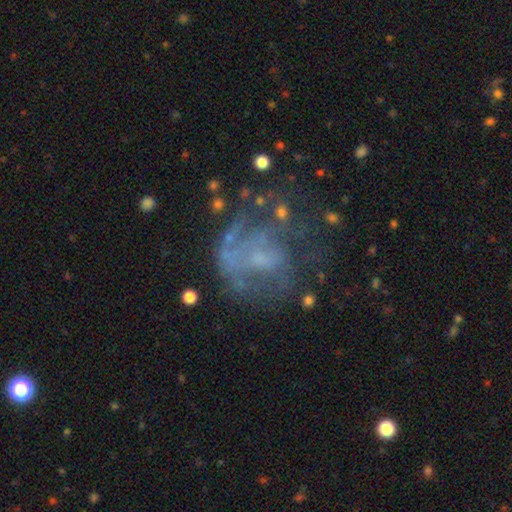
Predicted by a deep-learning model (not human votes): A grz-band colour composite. It shows a featured or disk galaxy (65%) with no bar (72%), no spiral arms (54%) and a small central bulge (39%). Merging: none (46%).